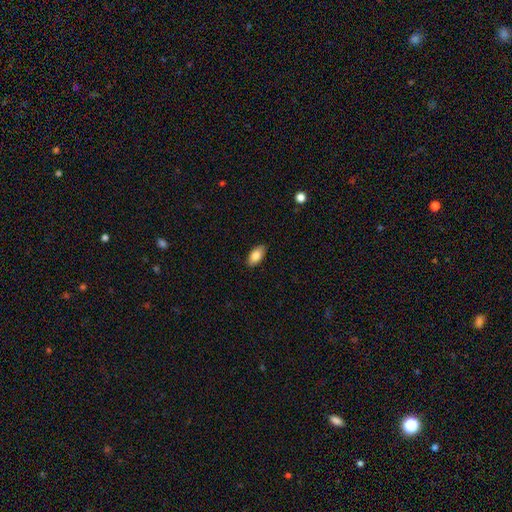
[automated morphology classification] Smooth or featured? smooth (84%)
How rounded? in between (93%)
Merging? none (88%)